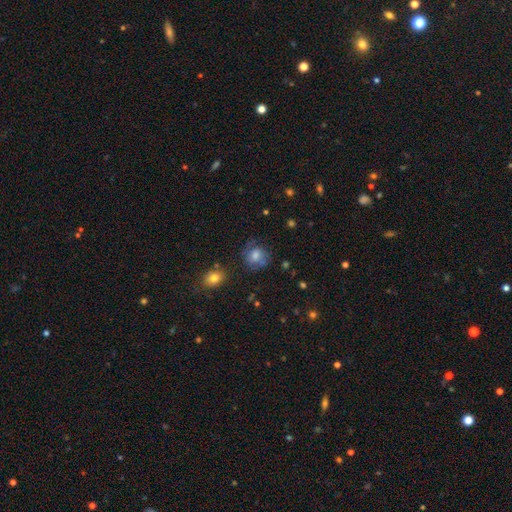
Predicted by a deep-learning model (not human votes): Smooth or featured: smooth — 65% (featured or disk — 23%)
How rounded: round — 75% (in between — 24%)
Merging: none — 64% (minor disturbance — 21%)